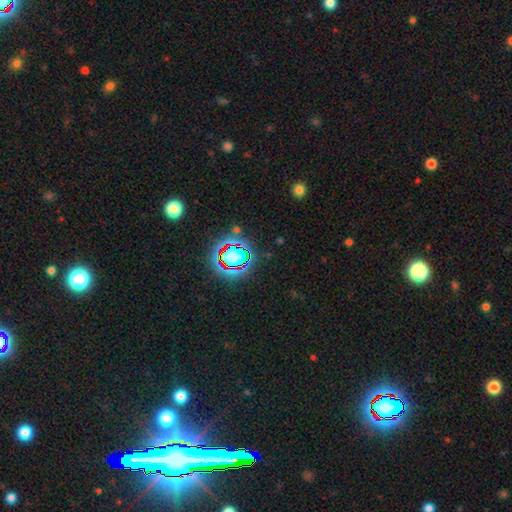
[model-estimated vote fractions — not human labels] The model was most divided on "smooth or featured": star or artifact: 77%, smooth: 14%, featured or disk: 9%.